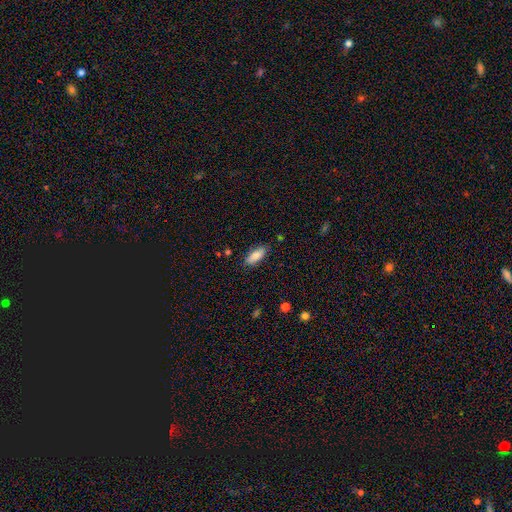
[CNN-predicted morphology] Smooth or featured?
  - smooth: 81% *
  - featured or disk: 12%
  - star or artifact: 7%
How rounded?
  - in between: 78% *
  - cigar-shaped: 20%
  - round: 2%
Merging?
  - none: 82% *
  - minor disturbance: 14%
  - major disturbance: 3%
  - merger: 2%